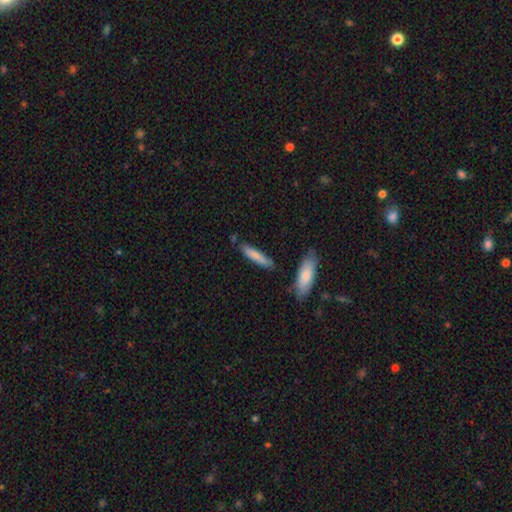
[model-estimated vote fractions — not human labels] This appears to be a smooth galaxy with no disk features (80%) that is cigar-shaped (84%). Merging: none (78%).